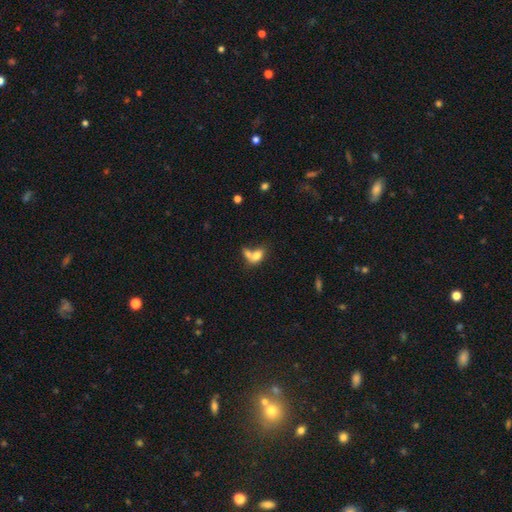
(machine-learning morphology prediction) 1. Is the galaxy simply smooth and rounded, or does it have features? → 75% smooth, 16% featured or disk, 9% star or artifact.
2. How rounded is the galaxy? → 80% in between, 17% round, 3% cigar-shaped.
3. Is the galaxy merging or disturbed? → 59% merger, 23% none, 10% minor disturbance, 8% major disturbance.